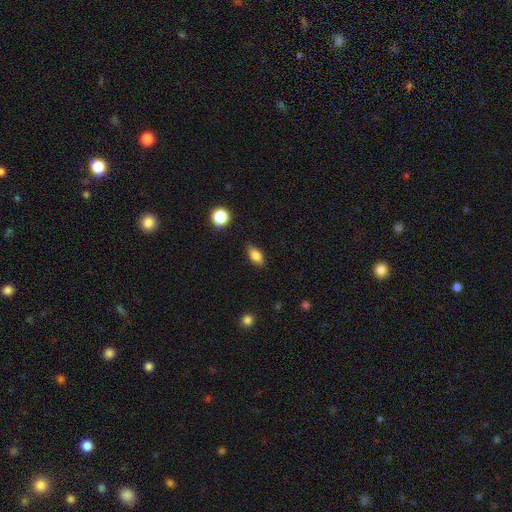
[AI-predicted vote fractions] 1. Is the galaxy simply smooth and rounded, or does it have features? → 77% smooth, 14% featured or disk, 9% star or artifact.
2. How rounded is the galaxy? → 82% in between, 10% round, 9% cigar-shaped.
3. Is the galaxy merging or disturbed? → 82% none, 14% minor disturbance, 3% major disturbance, 1% merger.